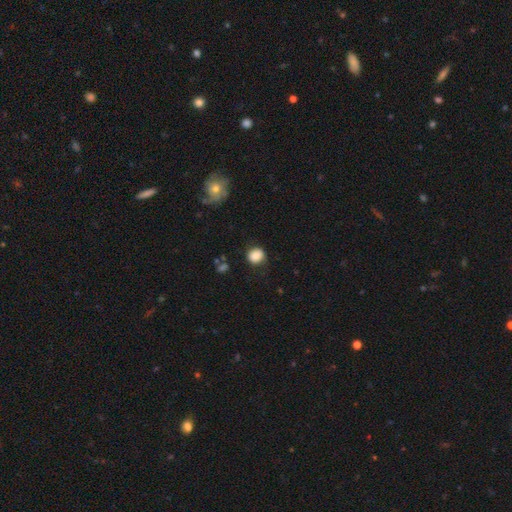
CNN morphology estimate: Q: Smooth or featured?
A: smooth (85%); runner-up: star or artifact (9%)
Q: How rounded?
A: round (77%); runner-up: in between (22%)
Q: Merging?
A: none (74%); runner-up: minor disturbance (18%)